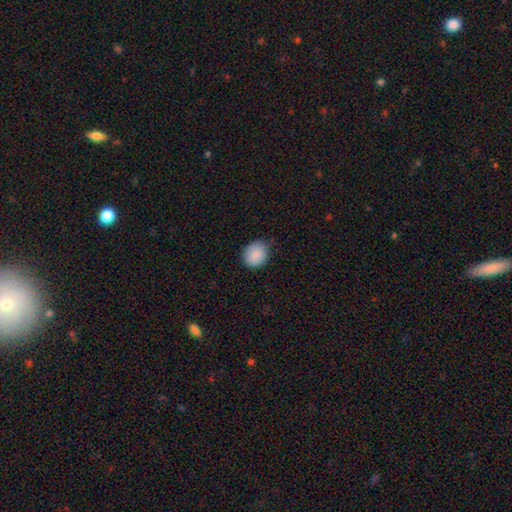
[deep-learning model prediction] Overall: smooth (89%). How rounded: round (72%). Merging: none (81%).